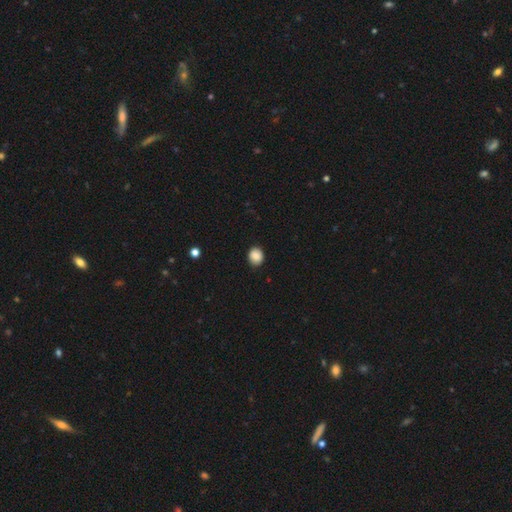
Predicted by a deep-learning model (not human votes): This is clearly a smooth galaxy (87%). How rounded: likely round (70%). Merging: clearly none (88%).